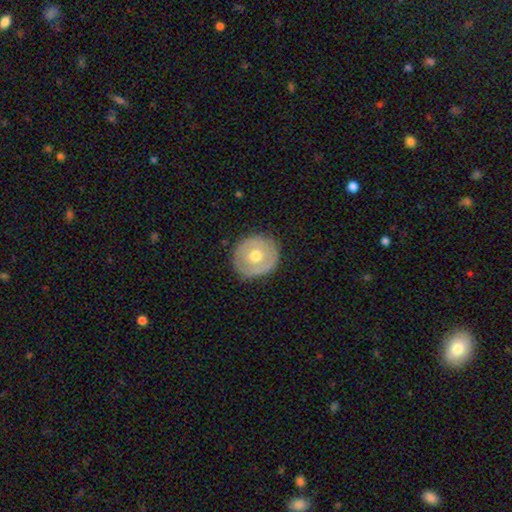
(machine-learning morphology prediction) Smooth or featured?
  - smooth: 49% *
  - featured or disk: 46%
  - star or artifact: 6%
Merging?
  - none: 85% *
  - minor disturbance: 11%
  - major disturbance: 3%
  - merger: 1%